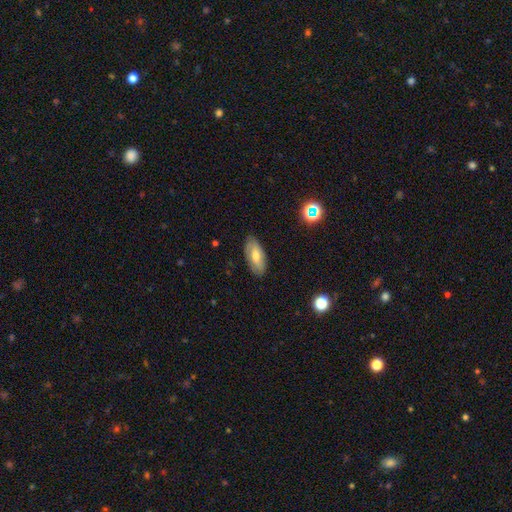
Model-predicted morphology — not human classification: smooth-or-featured: smooth: 57% | featured or disk: 35% | star or artifact: 8%
  how-rounded: in between: 89% | cigar-shaped: 8% | round: 3%
  merging: none: 84% | minor disturbance: 12% | major disturbance: 2% | merger: 1%